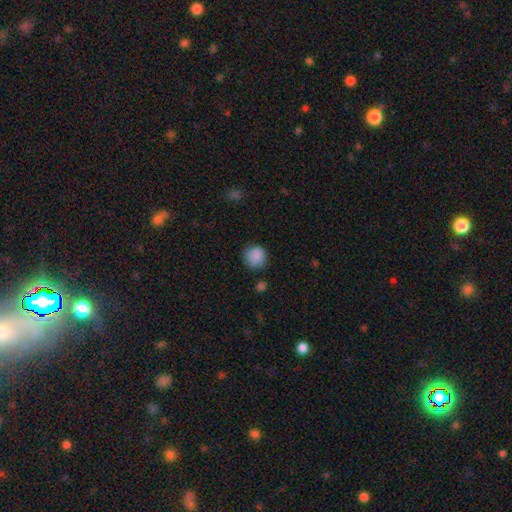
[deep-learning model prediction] Q: Smooth or featured?
A: smooth (87%); runner-up: star or artifact (8%)
Q: How rounded?
A: round (88%); runner-up: in between (11%)
Q: Merging?
A: none (79%); runner-up: minor disturbance (15%)